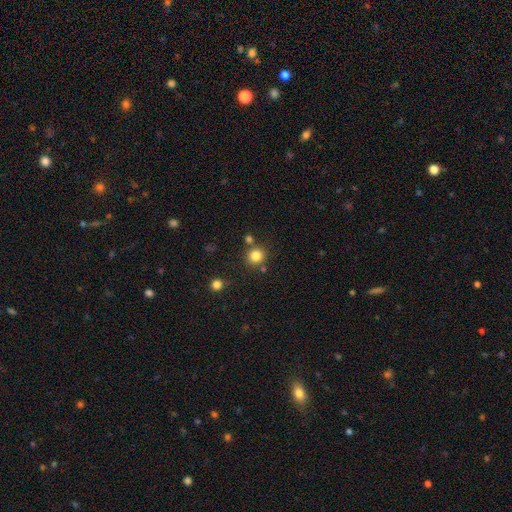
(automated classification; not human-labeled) Morphology: type=smooth (83%); roundness=round (89%); merging=none (78%).